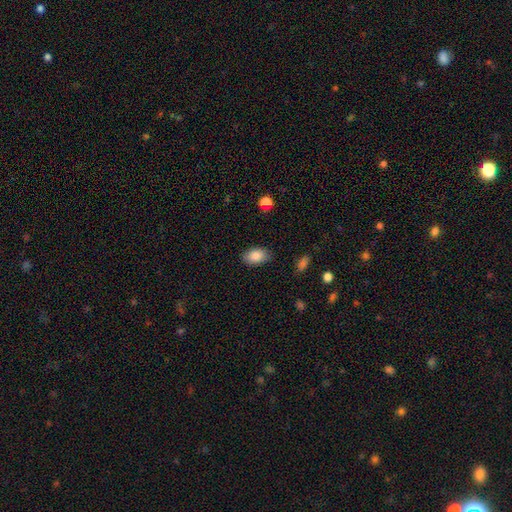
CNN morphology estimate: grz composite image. It shows a smooth galaxy with no disk features (86%) that is in between round and cigar-shaped (90%). Merging: none (84%).